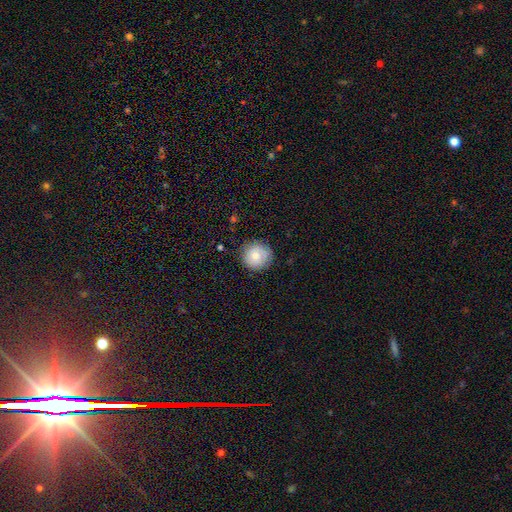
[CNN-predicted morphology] Q: Smooth or featured?
A: smooth (72%); runner-up: featured or disk (19%)
Q: How rounded?
A: round (93%); runner-up: in between (6%)
Q: Merging?
A: none (84%); runner-up: minor disturbance (12%)